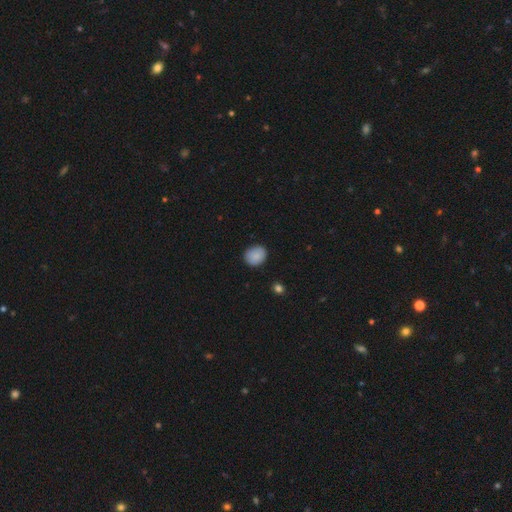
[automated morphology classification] Smooth or featured: smooth — 88% (star or artifact — 8%)
How rounded: round — 61% (in between — 38%)
Merging: none — 86% (minor disturbance — 10%)